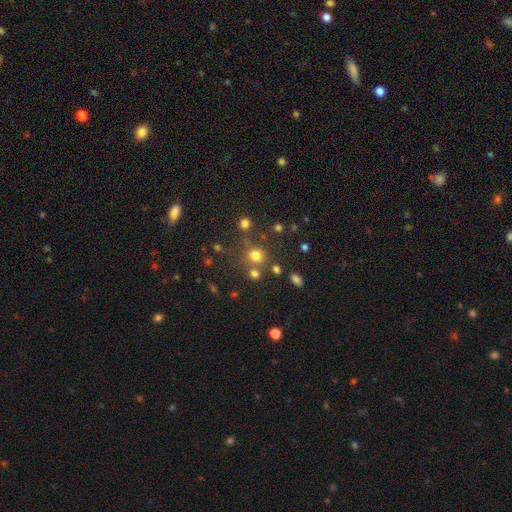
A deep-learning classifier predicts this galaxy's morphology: Smooth or featured? Predicted: smooth (p=0.73). How rounded? Predicted: round (p=0.89). Merging? Predicted: none (p=0.70).